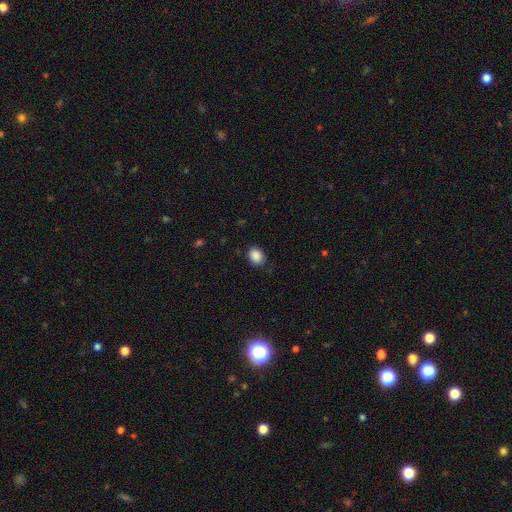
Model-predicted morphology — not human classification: Smooth or featured? smooth (88%)
How rounded? in between (58%)
Merging? none (79%)